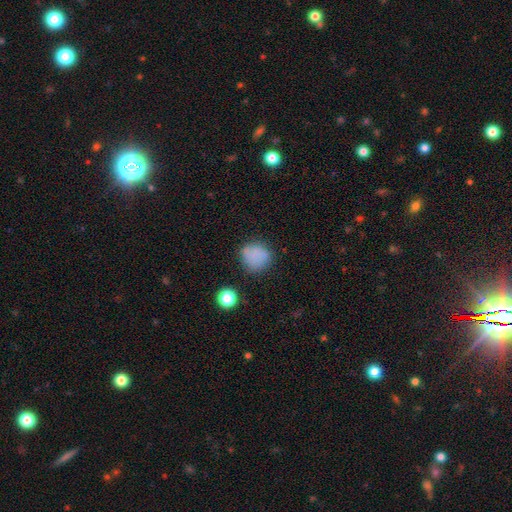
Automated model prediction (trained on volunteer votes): Smooth or featured?
  - smooth: 81% *
  - star or artifact: 12%
  - featured or disk: 7%
How rounded?
  - round: 85% *
  - in between: 14%
  - cigar-shaped: 1%
Merging?
  - none: 72% *
  - minor disturbance: 19%
  - major disturbance: 6%
  - merger: 3%